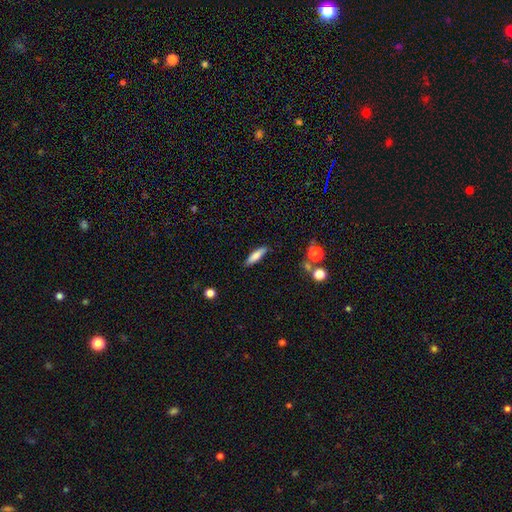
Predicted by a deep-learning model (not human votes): Smooth or featured?
  - smooth: 78% *
  - featured or disk: 15%
  - star or artifact: 7%
How rounded?
  - cigar-shaped: 65% *
  - in between: 33%
  - round: 2%
Merging?
  - none: 85% *
  - minor disturbance: 11%
  - major disturbance: 2%
  - merger: 2%